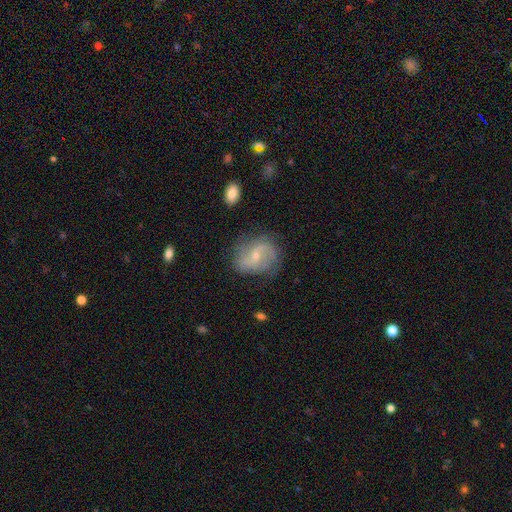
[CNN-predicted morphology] featured or disk 73%, smooth 19%, star or artifact 7%. Down the decision tree: edge-on disk — no (97%); bar — weak (49%); spiral arms — yes (92%); spiral arm count — 2 (67%); spiral winding — medium (43%); bulge size — small (64%); merging — none (70%).